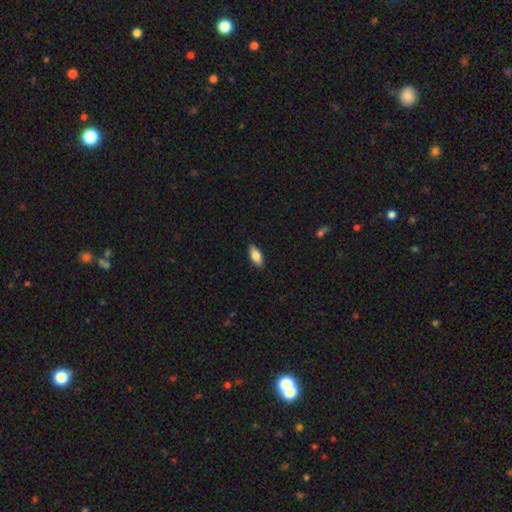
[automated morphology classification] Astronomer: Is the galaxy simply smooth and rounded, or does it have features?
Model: smooth — 84%.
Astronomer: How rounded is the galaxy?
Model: in between — 87%.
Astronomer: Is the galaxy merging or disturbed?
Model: none — 88%.